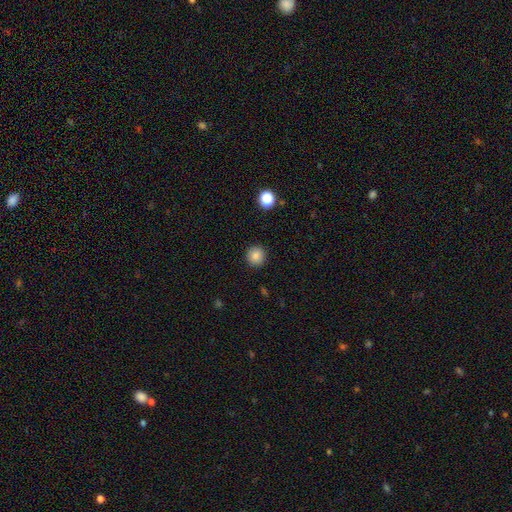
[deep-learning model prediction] This appears to be a smooth galaxy with no disk features (86%) that is round (93%). Merging: none (91%).